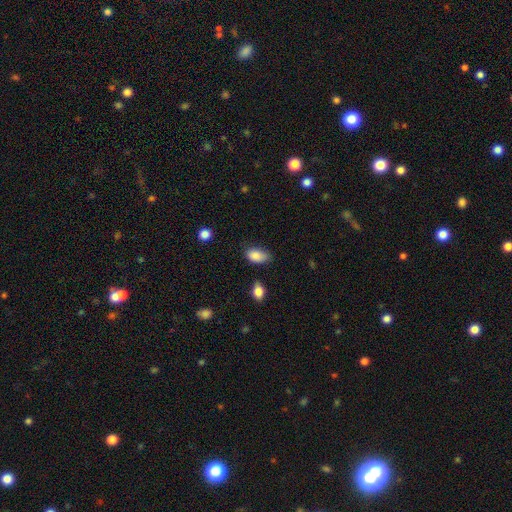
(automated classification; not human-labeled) This appears to be a smooth galaxy with no disk features (86%) that is in between round and cigar-shaped (90%). Merging: none (58%).